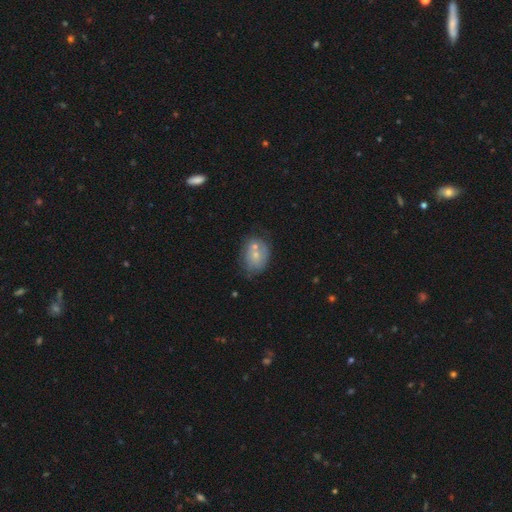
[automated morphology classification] A smooth galaxy with no disk features (58%) that is in between round and cigar-shaped (54%).

Vote fractions:
- Smooth or featured? smooth: 58% / featured or disk: 34% / star or artifact: 8%
- How rounded? in between: 54% / round: 45% / cigar-shaped: 1%
- Merging? none: 43% / merger: 29% / minor disturbance: 20% / major disturbance: 8%